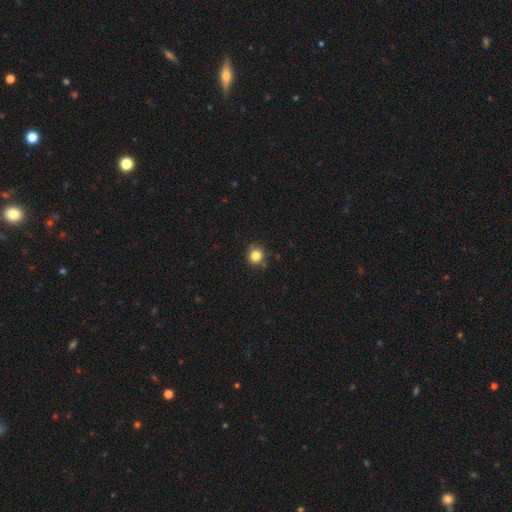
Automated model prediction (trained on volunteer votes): smooth-or-featured: smooth: 82% | star or artifact: 12% | featured or disk: 6%
  how-rounded: round: 87% | in between: 12% | cigar-shaped: 1%
  merging: none: 78% | minor disturbance: 16% | merger: 3% | major disturbance: 3%